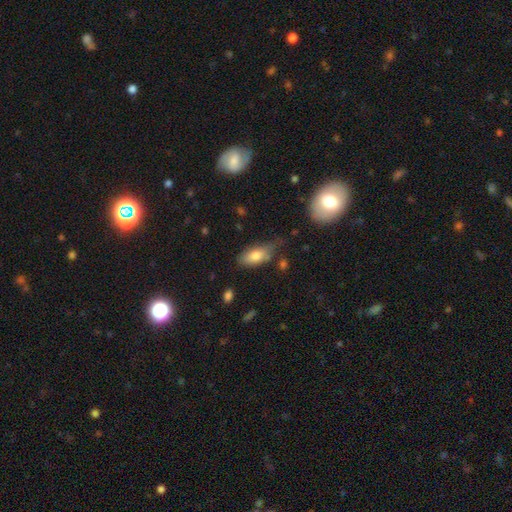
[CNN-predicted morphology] A smooth galaxy with no disk features (79%) that is in between round and cigar-shaped (87%). Merging: none (53%).